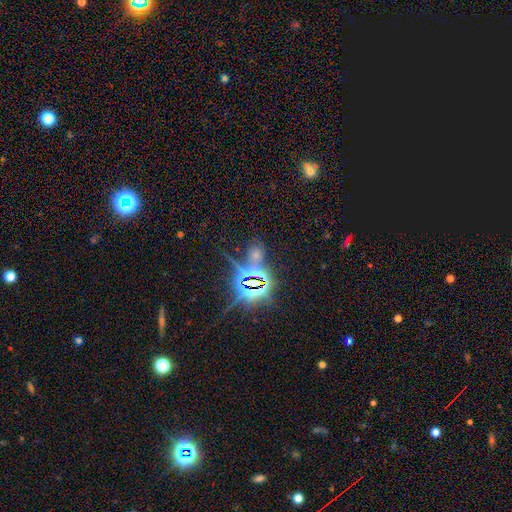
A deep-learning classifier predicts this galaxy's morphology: A star or artifact, not a galaxy (77%).